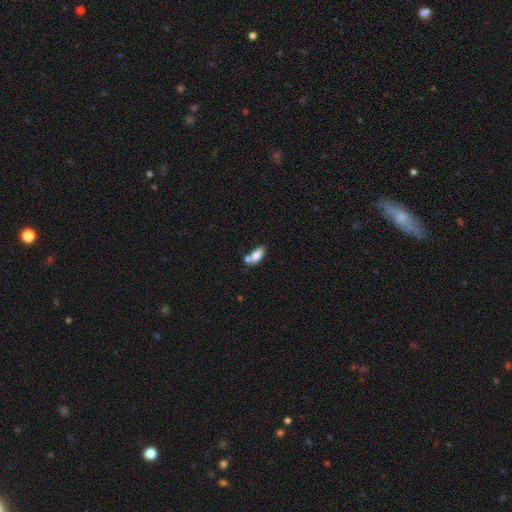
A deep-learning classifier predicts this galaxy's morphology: Smooth or featured: smooth — 79% (featured or disk — 13%)
How rounded: in between — 87% (cigar-shaped — 10%)
Merging: none — 44% (merger — 35%)